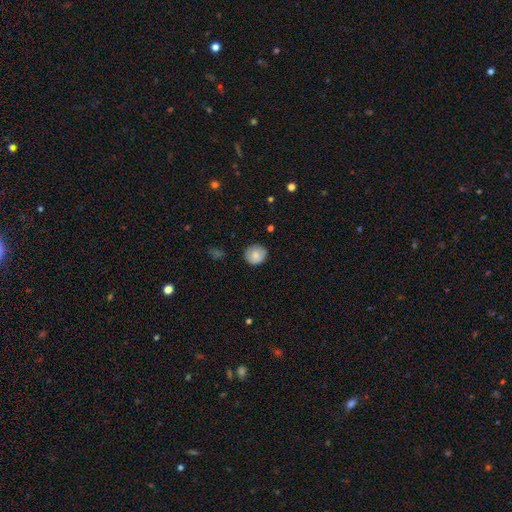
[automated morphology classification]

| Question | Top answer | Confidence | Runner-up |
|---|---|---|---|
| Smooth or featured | smooth | 81% | featured or disk (12%) |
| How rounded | round | 88% | in between (11%) |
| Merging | none | 83% | minor disturbance (14%) |